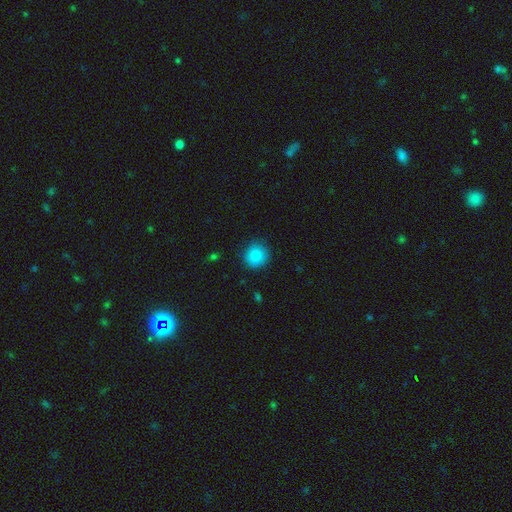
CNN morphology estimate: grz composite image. It shows a smooth galaxy with no disk features (88%) that is round (90%). Merging: none (87%).